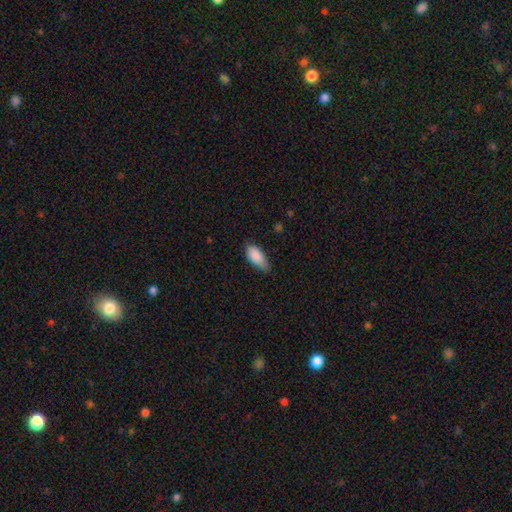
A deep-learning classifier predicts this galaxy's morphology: Smooth or featured: smooth — 88% (star or artifact — 6%)
How rounded: in between — 87% (cigar-shaped — 11%)
Merging: none — 59% (minor disturbance — 35%)